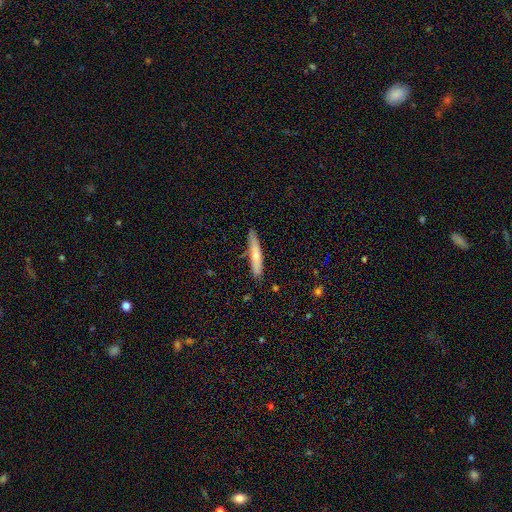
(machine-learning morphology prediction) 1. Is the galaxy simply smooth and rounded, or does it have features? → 63% smooth, 31% featured or disk, 6% star or artifact.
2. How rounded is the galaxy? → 88% cigar-shaped, 10% in between, 1% round.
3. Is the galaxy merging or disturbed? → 80% none, 16% minor disturbance, 3% major disturbance, 2% merger.